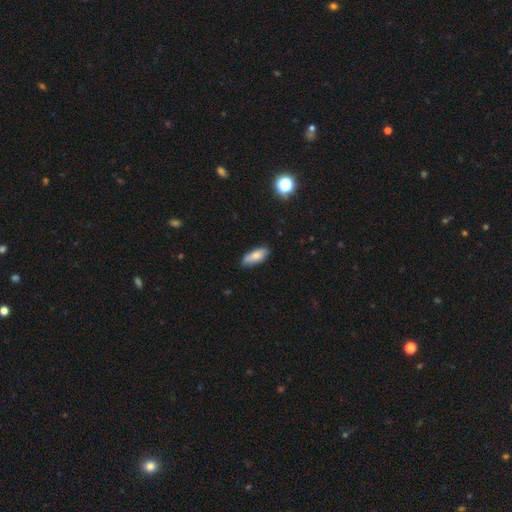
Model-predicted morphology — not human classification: This is likely a smooth galaxy (79%). How rounded: likely in between (74%). Merging: clearly none (81%).